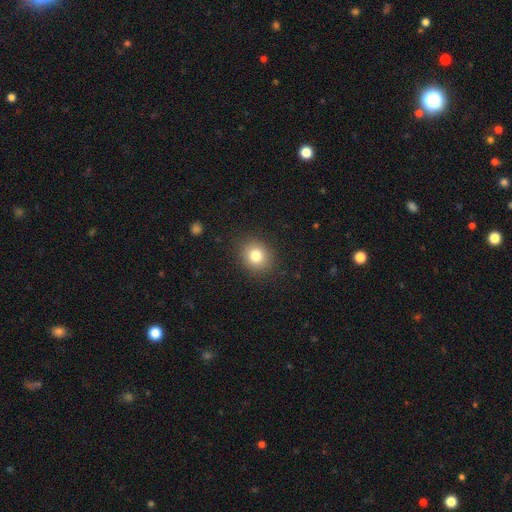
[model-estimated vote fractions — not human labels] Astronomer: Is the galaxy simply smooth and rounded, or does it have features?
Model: smooth — 80%.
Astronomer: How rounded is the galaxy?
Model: round — 73%.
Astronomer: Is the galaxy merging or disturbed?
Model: none — 88%.